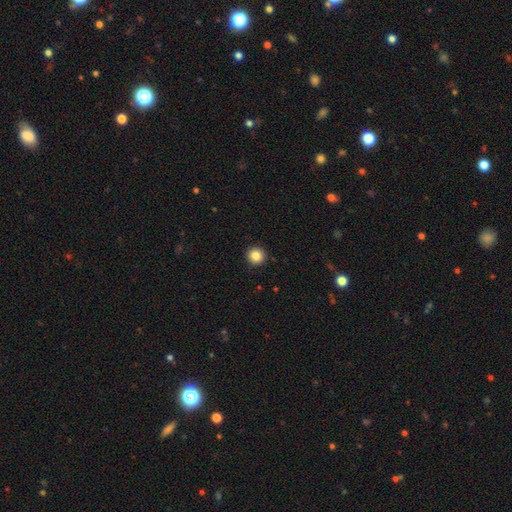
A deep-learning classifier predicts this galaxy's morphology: The model was most divided on "smooth or featured": smooth: 85%, star or artifact: 10%, featured or disk: 5%. More confident: how rounded — round (95%); merging — none (93%).